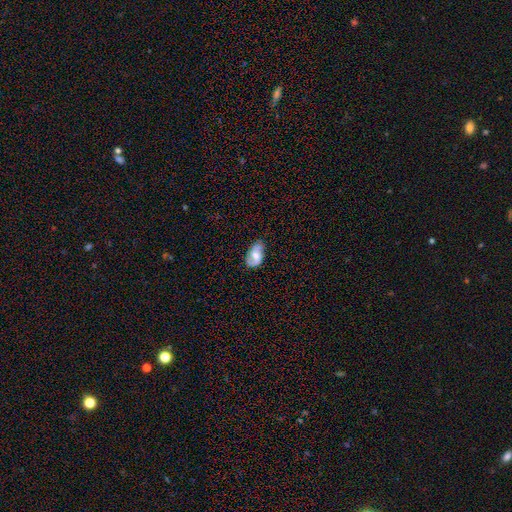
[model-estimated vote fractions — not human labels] Overall: featured or disk (55%; smooth 38%). Edge-on disk: no (95%). Bar: no (50%; weak 40%). Spiral arms: yes (85%). Bulge size: moderate (60%; small 23%). Merging: none (65%; minor disturbance 27%).